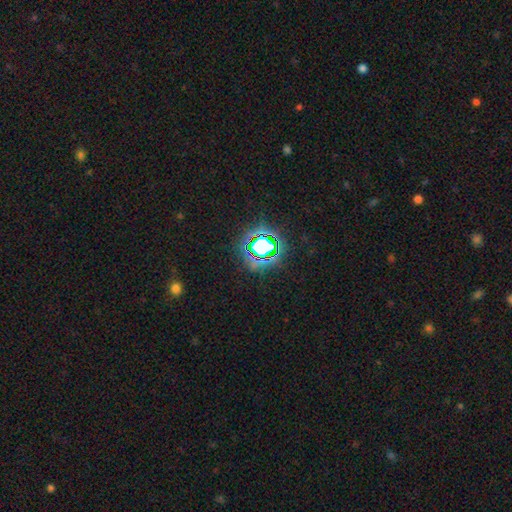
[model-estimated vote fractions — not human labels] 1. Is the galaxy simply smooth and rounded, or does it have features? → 76% star or artifact, 15% smooth, 9% featured or disk.